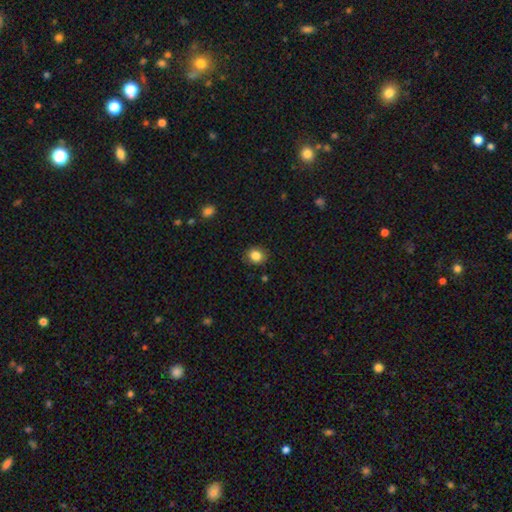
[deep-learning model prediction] A smooth galaxy with no disk features (84%) that is round (73%). Merging: none (86%).